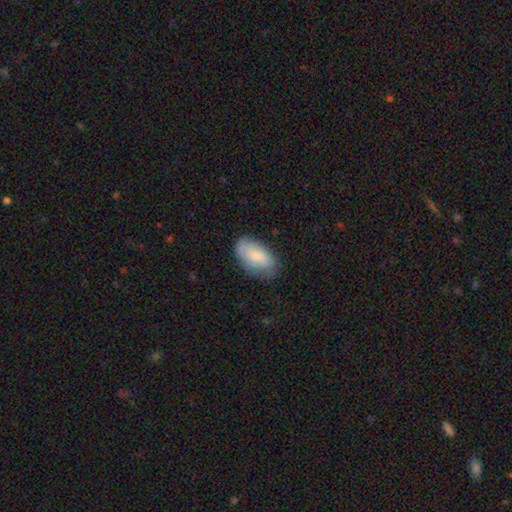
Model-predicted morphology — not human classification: A smooth galaxy with no disk features (80%) that is in between round and cigar-shaped (94%).

Vote fractions:
- Smooth or featured? smooth: 80% / featured or disk: 14% / star or artifact: 6%
- How rounded? in between: 94% / round: 3% / cigar-shaped: 3%
- Merging? none: 71% / minor disturbance: 23% / major disturbance: 5% / merger: 1%